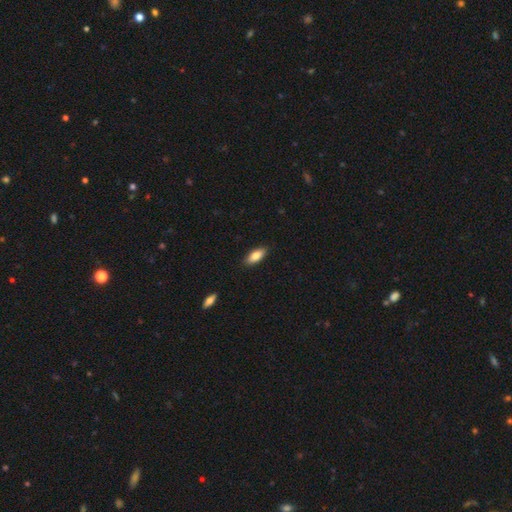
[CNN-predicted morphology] Overall: smooth (81%). How rounded: in between (81%). Merging: none (88%).